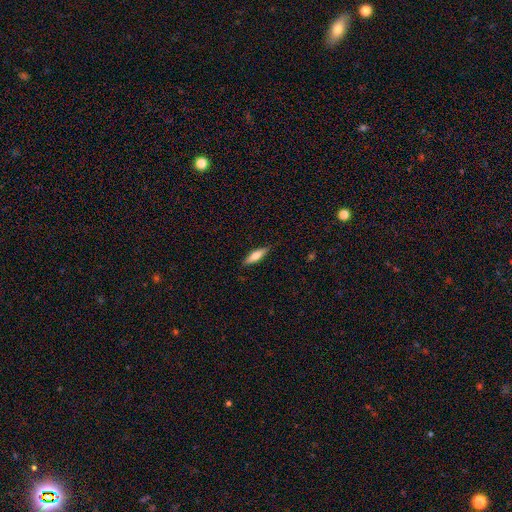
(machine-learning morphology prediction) smooth-or-featured: smooth: 61% | featured or disk: 33% | star or artifact: 6%
  how-rounded: cigar-shaped: 68% | in between: 31% | round: 2%
  merging: none: 86% | minor disturbance: 11% | major disturbance: 2% | merger: 1%